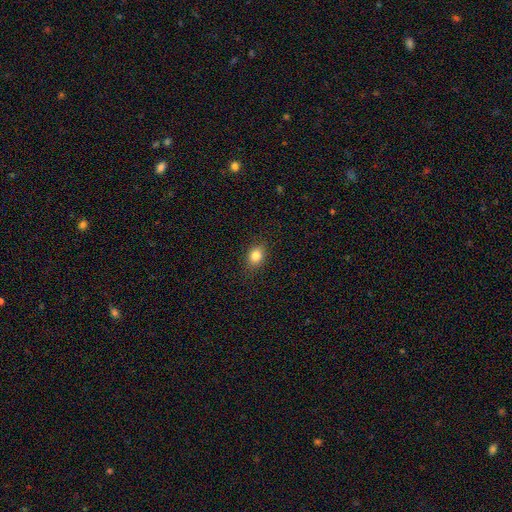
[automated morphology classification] The model was most divided on "how rounded": in between: 66%, round: 33%, cigar-shaped: 2%. More confident: merging — none (86%); smooth or featured — smooth (83%).